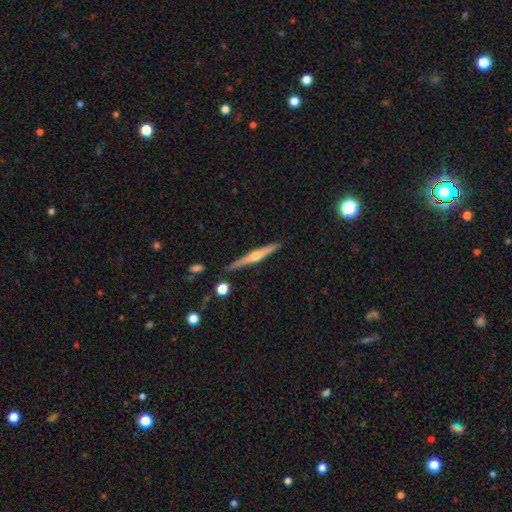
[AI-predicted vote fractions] Morphology: type=featured or disk (69%); edge-on=yes (98%); edge-on bulge=rounded (89%); merging=none (86%).